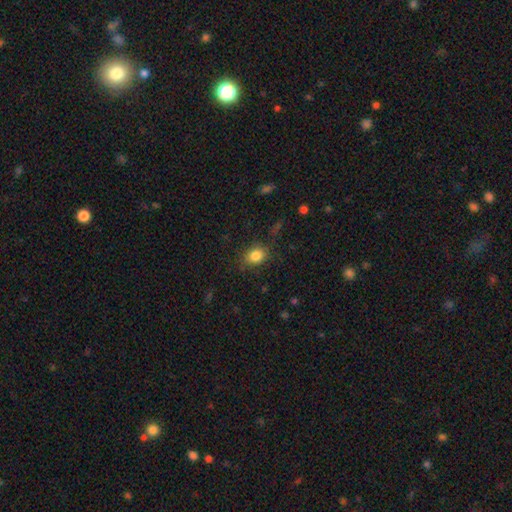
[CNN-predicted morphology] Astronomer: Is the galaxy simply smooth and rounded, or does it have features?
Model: smooth — 83%.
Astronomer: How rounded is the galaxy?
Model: in between — 54% (runner-up: round, 45%).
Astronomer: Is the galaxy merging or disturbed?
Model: none — 78%.